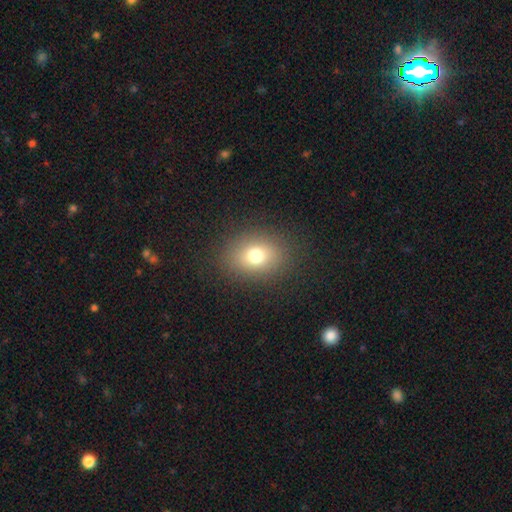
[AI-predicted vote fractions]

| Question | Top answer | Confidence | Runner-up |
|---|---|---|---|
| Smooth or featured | smooth | 76% | star or artifact (14%) |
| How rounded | in between | 51% | round (48%) |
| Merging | none | 87% | minor disturbance (8%) |